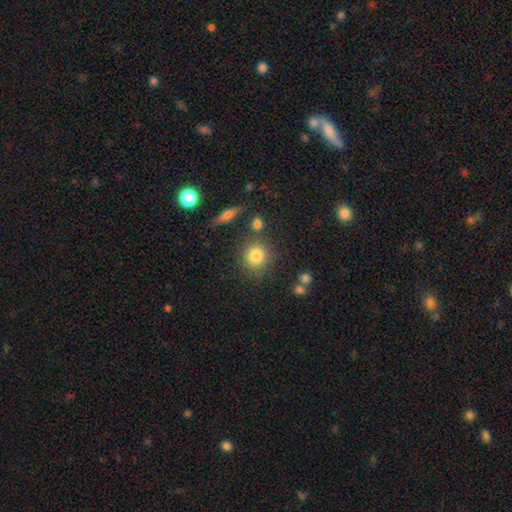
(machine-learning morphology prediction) type=smooth (81%); roundness=round (86%); merging=none (76%).